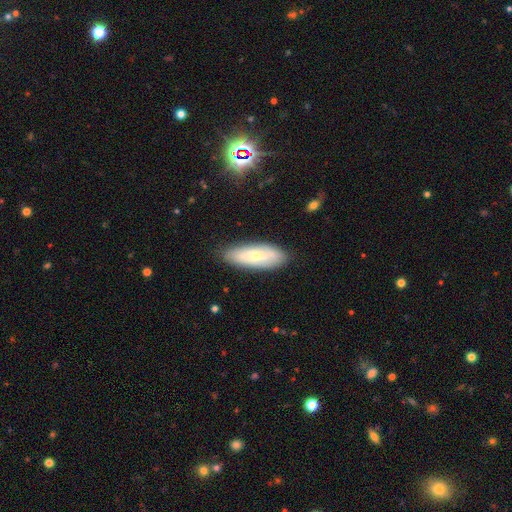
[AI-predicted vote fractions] Morphology: type=smooth (50%); merging=none (83%).